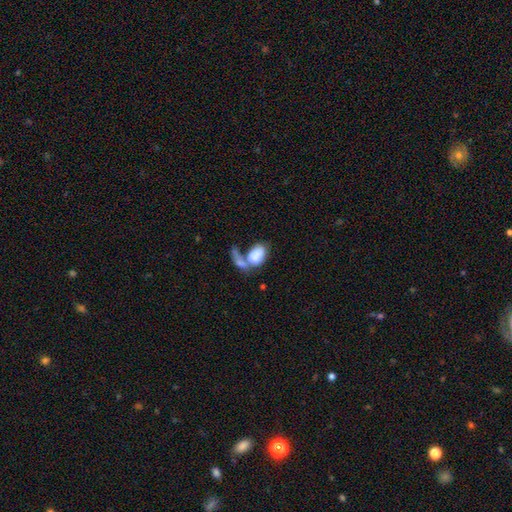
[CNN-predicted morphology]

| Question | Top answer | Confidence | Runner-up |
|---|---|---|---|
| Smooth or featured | smooth | 74% | featured or disk (18%) |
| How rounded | in between | 88% | round (10%) |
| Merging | merger | 57% | major disturbance (17%) |